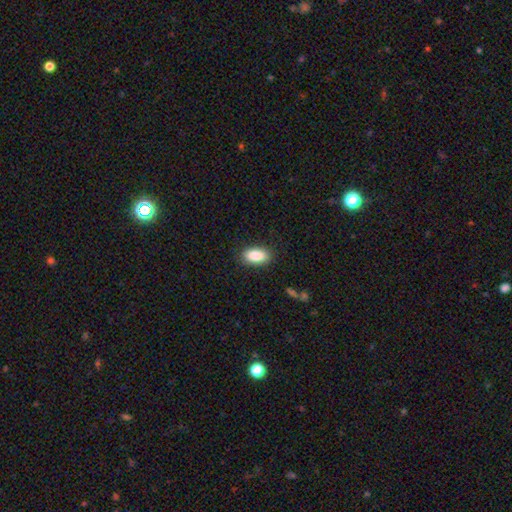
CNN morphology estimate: A smooth galaxy with no disk features (89%) that is in between round and cigar-shaped (92%).

Vote fractions:
- Smooth or featured? smooth: 89% / star or artifact: 7% / featured or disk: 4%
- How rounded? in between: 92% / cigar-shaped: 4% / round: 4%
- Merging? none: 87% / minor disturbance: 10% / major disturbance: 2% / merger: 1%